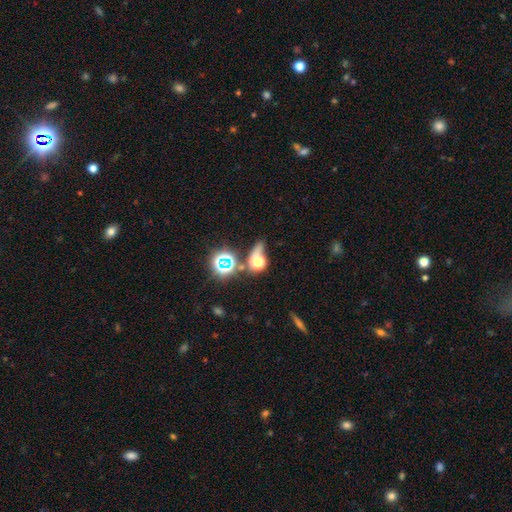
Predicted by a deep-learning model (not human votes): Smooth or featured? Predicted: smooth (p=0.51). How rounded? Predicted: round (p=0.48). Merging? Predicted: none (p=0.38).